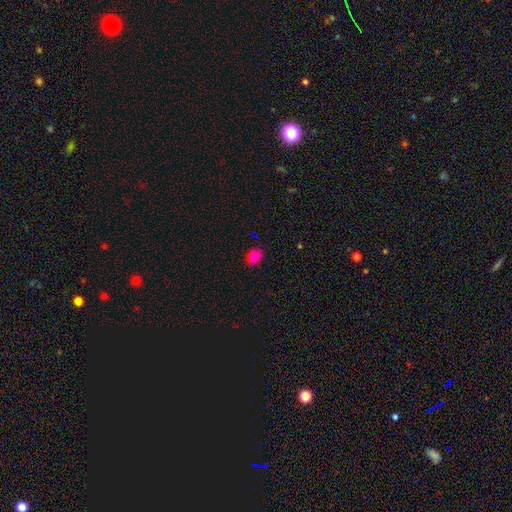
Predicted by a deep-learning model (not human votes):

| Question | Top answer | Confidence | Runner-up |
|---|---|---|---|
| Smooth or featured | smooth | 79% | star or artifact (17%) |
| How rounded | round | 50% | in between (49%) |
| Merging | none | 81% | minor disturbance (14%) |